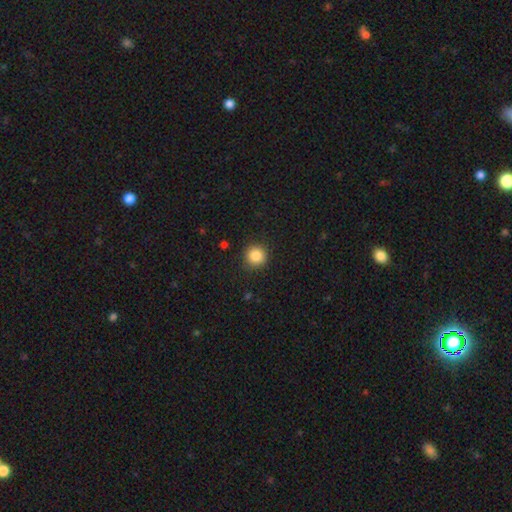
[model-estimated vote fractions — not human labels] Overall: smooth (86%). How rounded: round (94%). Merging: none (91%).